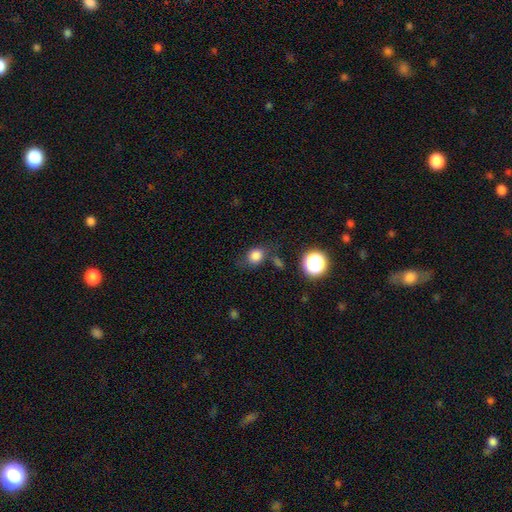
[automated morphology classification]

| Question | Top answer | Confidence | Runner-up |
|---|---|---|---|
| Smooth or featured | smooth | 81% | star or artifact (14%) |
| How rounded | round | 64% | in between (35%) |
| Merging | none | 67% | minor disturbance (18%) |